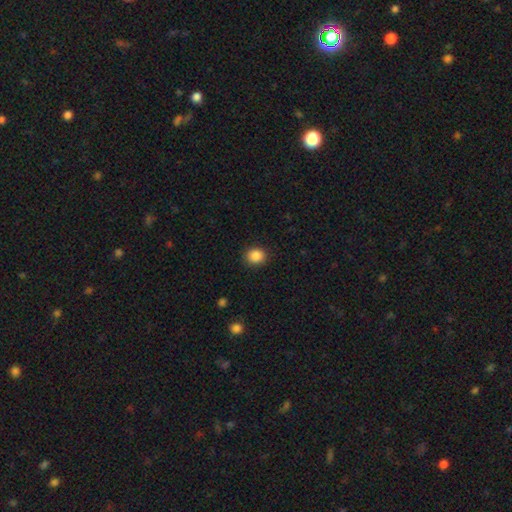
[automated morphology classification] Smooth or featured: smooth — 87% (star or artifact — 10%)
How rounded: round — 78% (in between — 22%)
Merging: none — 90% (minor disturbance — 7%)